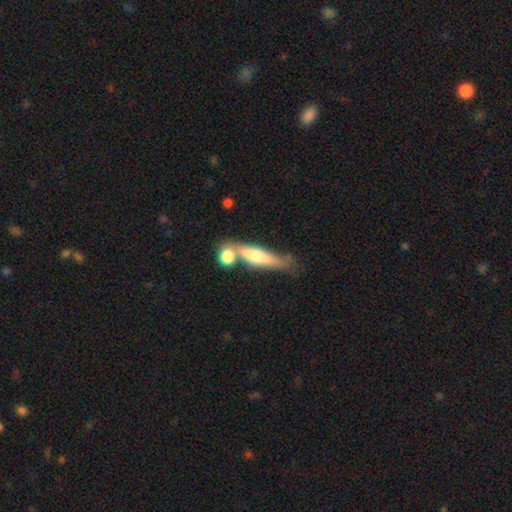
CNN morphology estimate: The model was most divided on "merging": none: 41%, merger: 31%, minor disturbance: 19%, major disturbance: 9%. More confident: how rounded — cigar-shaped (67%); smooth or featured — smooth (59%).